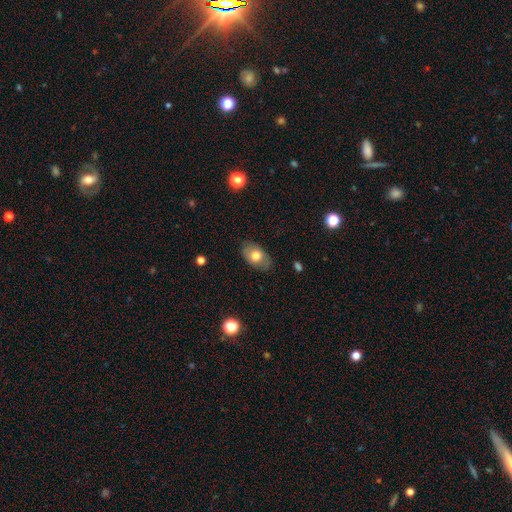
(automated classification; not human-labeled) smooth-or-featured: smooth: 70% | featured or disk: 23% | star or artifact: 7%
  how-rounded: in between: 89% | round: 10% | cigar-shaped: 1%
  merging: none: 82% | minor disturbance: 14% | major disturbance: 3% | merger: 1%